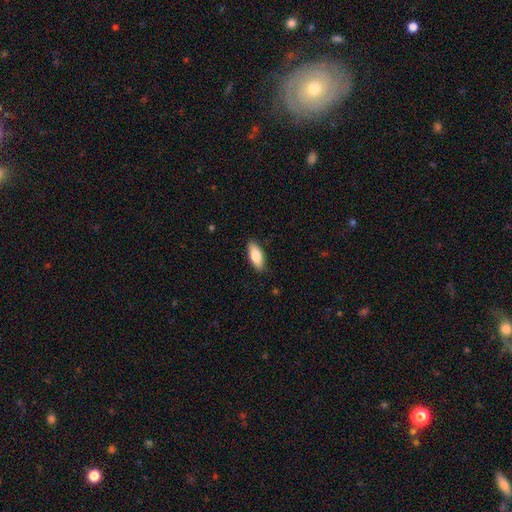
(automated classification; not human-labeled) A smooth galaxy with no disk features (81%) that is in between round and cigar-shaped (81%). Merging: none (87%).